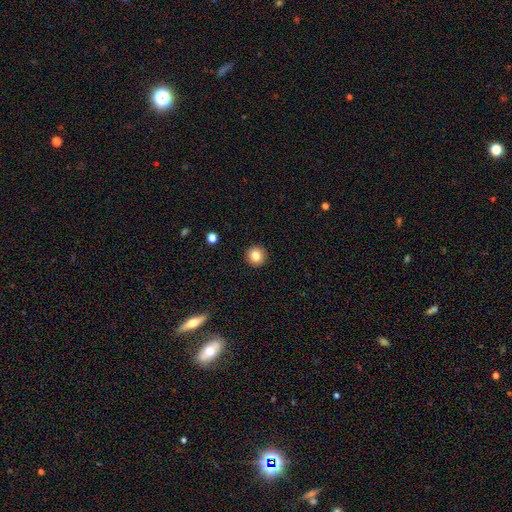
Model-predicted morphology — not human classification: smooth_or_featured: smooth (p=0.81) [alt: star or artifact p=0.11]
how_rounded: round (p=0.95) [alt: in between p=0.04]
merging: none (p=0.93) [alt: minor disturbance p=0.04]